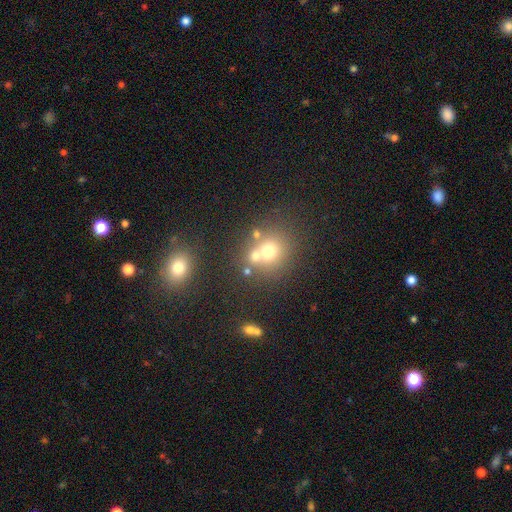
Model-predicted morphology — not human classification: Smooth or featured: smooth — 65% (featured or disk — 18%)
How rounded: round — 80% (in between — 19%)
Merging: none — 49% (merger — 38%)